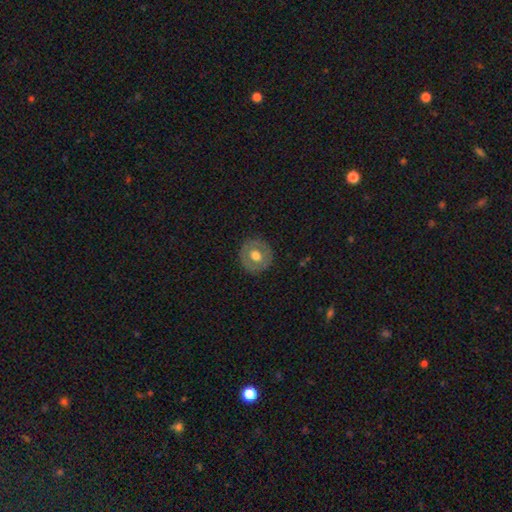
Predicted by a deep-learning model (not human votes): Q: Smooth or featured?
A: smooth (56%); runner-up: featured or disk (37%)
Q: How rounded?
A: round (91%); runner-up: in between (8%)
Q: Merging?
A: none (87%); runner-up: minor disturbance (9%)